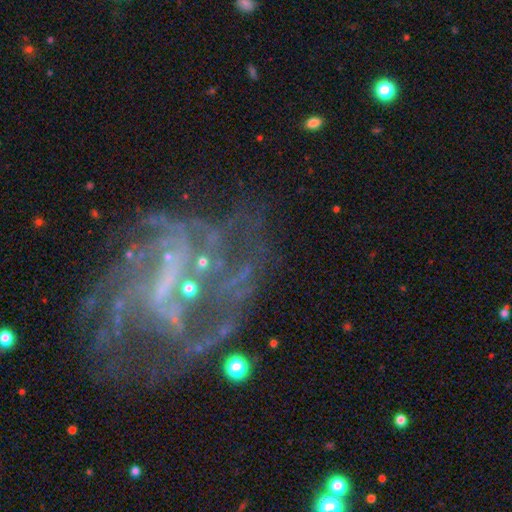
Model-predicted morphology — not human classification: A featured or disk galaxy (79%) with a weak bar (42%), medium (42%) spiral arms (83%) and a small central bulge (47%).

Vote fractions:
- Smooth or featured? featured or disk: 79% / star or artifact: 13% / smooth: 7%
- Edge-on disk? no: 97% / yes: 3%
- Bar? weak: 42% / no: 33% / strong: 25%
- Spiral arms? yes: 83% / no: 17%
- Spiral winding? medium: 42% / tight: 33% / loose: 26%
- Spiral arm count? can't tell: 35% / 3: 18% / 2: 16% / 4: 13% / more than 4: 9% / 1: 9%
- Bulge size? small: 47% / none: 39% / moderate: 11% / large: 2% / dominant: 1%
- Merging? none: 48% / major disturbance: 30% / minor disturbance: 17% / merger: 6%